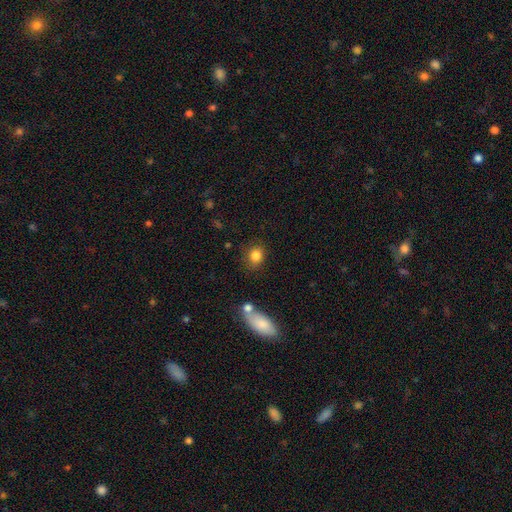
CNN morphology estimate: smooth_or_featured: smooth (p=0.83) [alt: star or artifact p=0.10]
how_rounded: round (p=0.61) [alt: in between p=0.37]
merging: none (p=0.77) [alt: minor disturbance p=0.14]